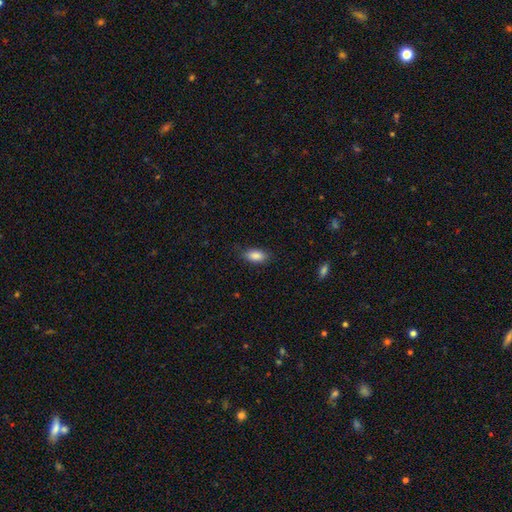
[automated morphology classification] type=smooth (87%); roundness=in between (89%); merging=none (82%).